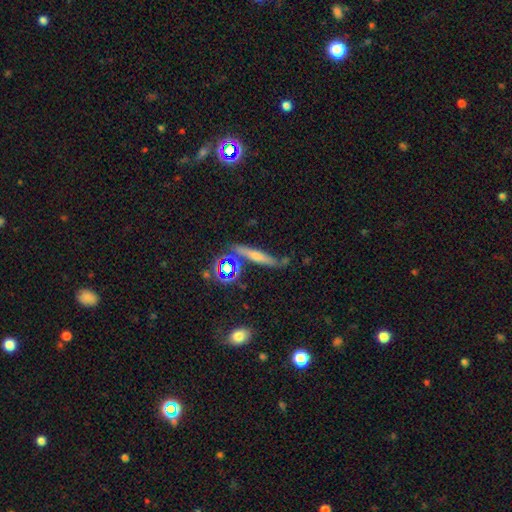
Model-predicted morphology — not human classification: Smooth or featured? featured or disk (44%)
Merging? none (72%)